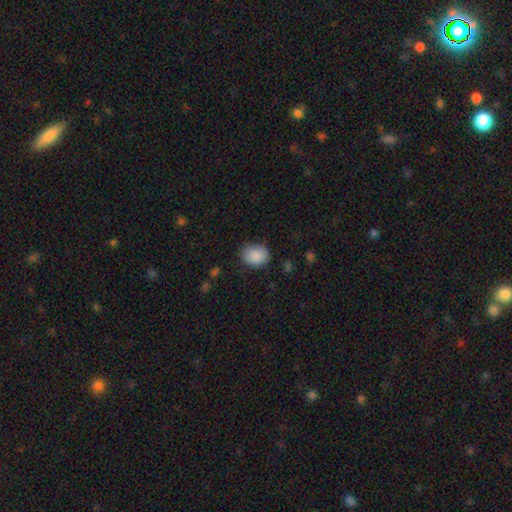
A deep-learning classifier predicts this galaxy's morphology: Smooth or featured? smooth (89%)
How rounded? in between (59%)
Merging? none (78%)